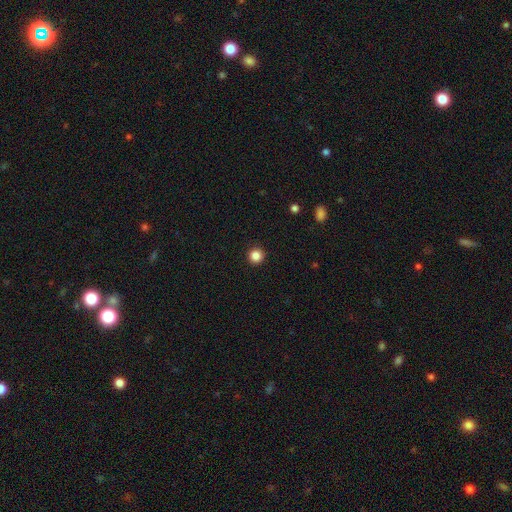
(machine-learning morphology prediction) The model was most divided on "smooth or featured": smooth: 86%, star or artifact: 11%, featured or disk: 3%. More confident: how rounded — round (96%); merging — none (94%).